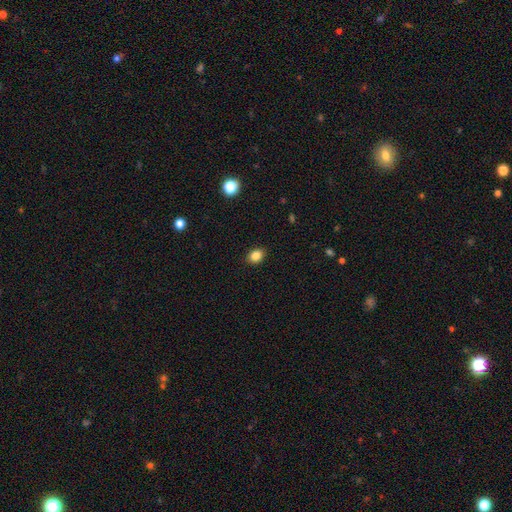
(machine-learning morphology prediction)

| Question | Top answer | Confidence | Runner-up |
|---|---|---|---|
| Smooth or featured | smooth | 85% | star or artifact (11%) |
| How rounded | in between | 53% | round (46%) |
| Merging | none | 90% | minor disturbance (7%) |